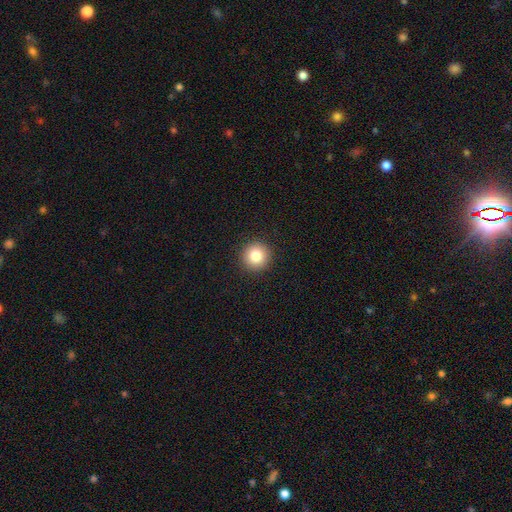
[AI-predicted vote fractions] Q: Smooth or featured?
A: smooth (84%); runner-up: star or artifact (10%)
Q: How rounded?
A: round (95%); runner-up: in between (4%)
Q: Merging?
A: none (93%); runner-up: minor disturbance (5%)